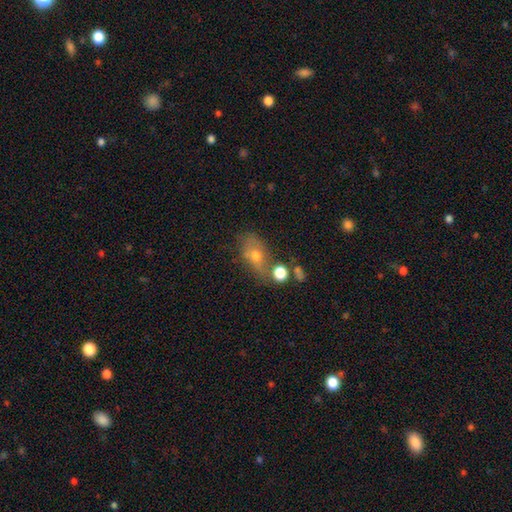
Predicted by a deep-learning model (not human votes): Overall: smooth (53%; featured or disk 31%). How rounded: in between (73%). Merging: none (49%; minor disturbance 21%).